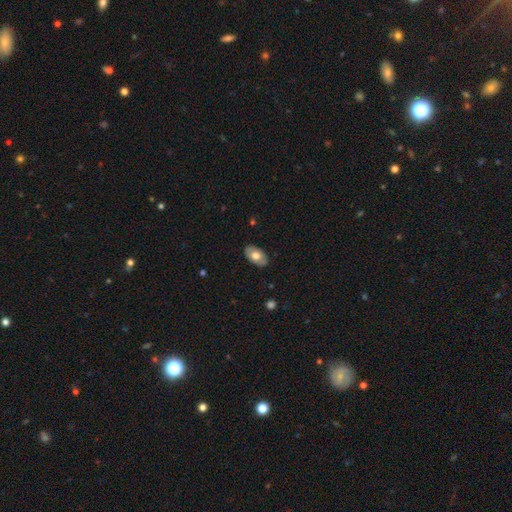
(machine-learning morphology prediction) Smooth or featured? smooth (66%)
How rounded? in between (93%)
Merging? none (86%)